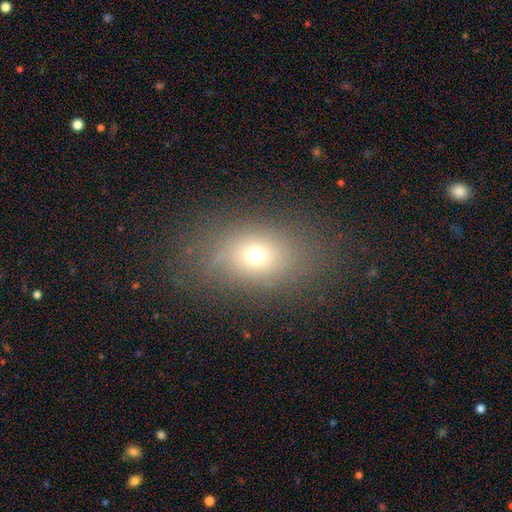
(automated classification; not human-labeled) This is likely a smooth galaxy (62%). How rounded: likely in between (64%). Merging: likely none (75%).